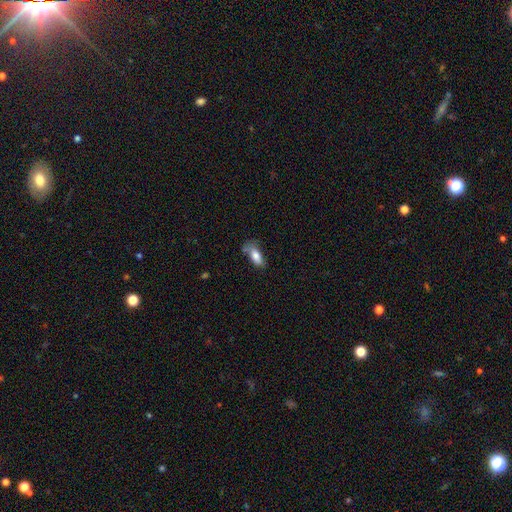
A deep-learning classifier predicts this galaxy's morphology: Smooth or featured?
  - smooth: 76% *
  - featured or disk: 16%
  - star or artifact: 8%
How rounded?
  - in between: 82% *
  - cigar-shaped: 15%
  - round: 3%
Merging?
  - none: 45% *
  - minor disturbance: 31%
  - major disturbance: 16%
  - merger: 8%